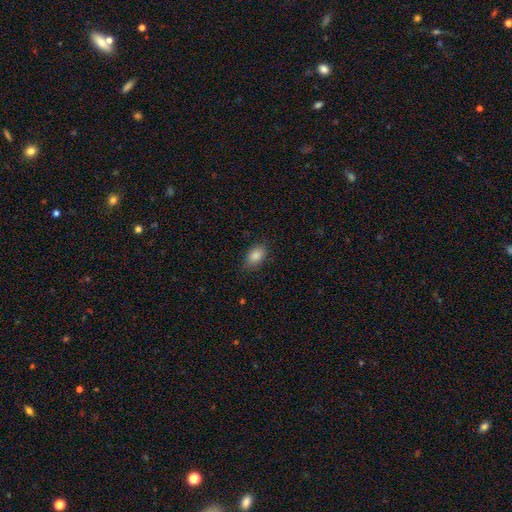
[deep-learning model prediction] This is clearly a smooth galaxy (87%). How rounded: clearly in between (88%). Merging: clearly none (82%).